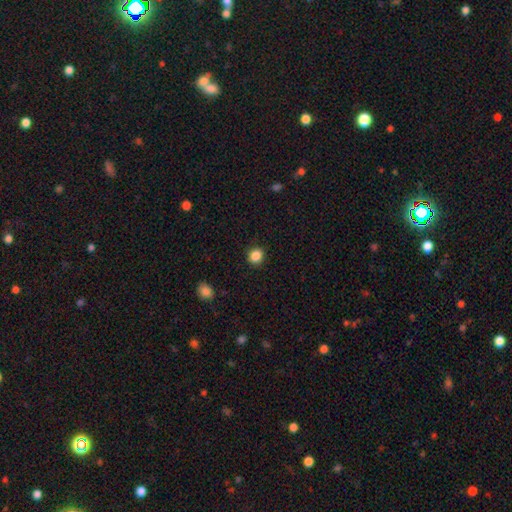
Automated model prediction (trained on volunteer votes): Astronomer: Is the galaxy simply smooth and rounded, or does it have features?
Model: smooth — 87%.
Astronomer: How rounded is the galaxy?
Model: round — 77%.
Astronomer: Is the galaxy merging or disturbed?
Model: none — 90%.